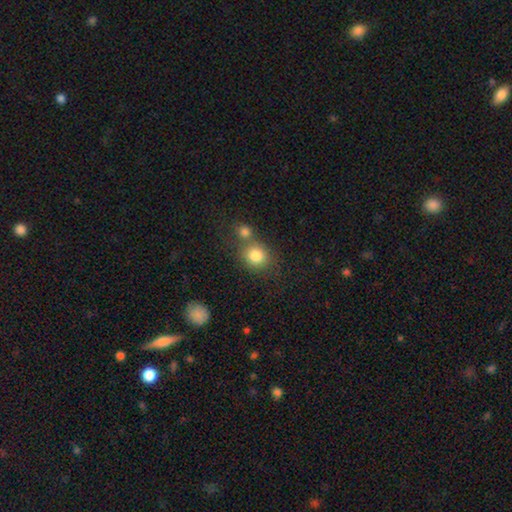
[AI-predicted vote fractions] Smooth or featured?
  - smooth: 82% *
  - star or artifact: 10%
  - featured or disk: 7%
How rounded?
  - round: 77% *
  - in between: 22%
  - cigar-shaped: 1%
Merging?
  - none: 52% *
  - merger: 34%
  - minor disturbance: 10%
  - major disturbance: 4%